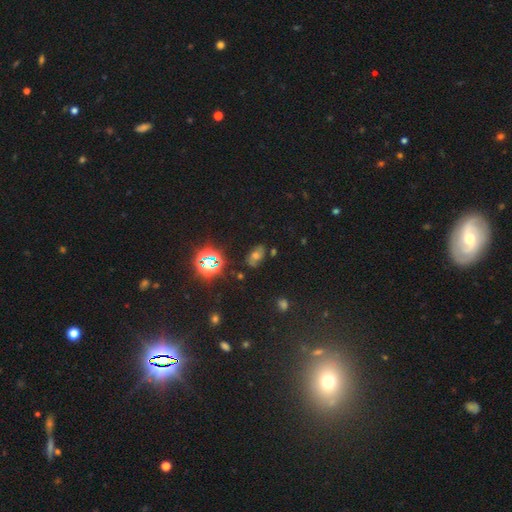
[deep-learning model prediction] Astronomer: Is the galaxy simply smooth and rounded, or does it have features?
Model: star or artifact — 43% (runner-up: smooth, 35%).